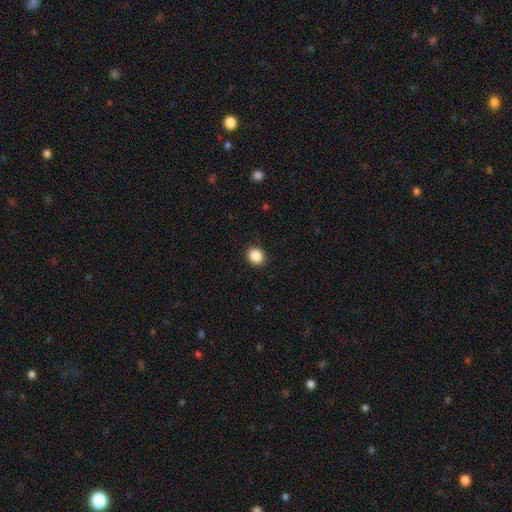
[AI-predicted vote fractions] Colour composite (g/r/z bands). It shows a smooth galaxy with no disk features (88%) that is round (68%). Merging: none (90%).